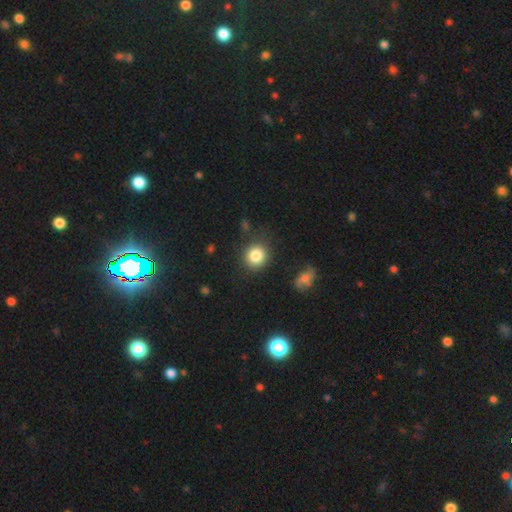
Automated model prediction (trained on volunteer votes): A smooth galaxy with no disk features (84%) that is round (87%).

Vote fractions:
- Smooth or featured? smooth: 84% / star or artifact: 10% / featured or disk: 6%
- How rounded? round: 87% / in between: 12% / cigar-shaped: 1%
- Merging? none: 83% / minor disturbance: 11% / major disturbance: 3% / merger: 3%